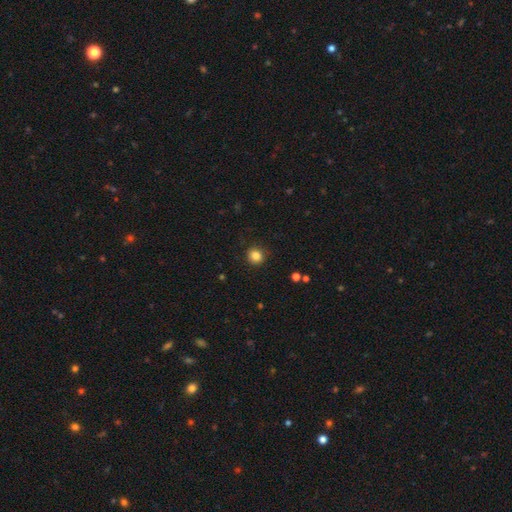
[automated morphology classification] Overall: smooth (84%). How rounded: round (91%). Merging: none (90%).